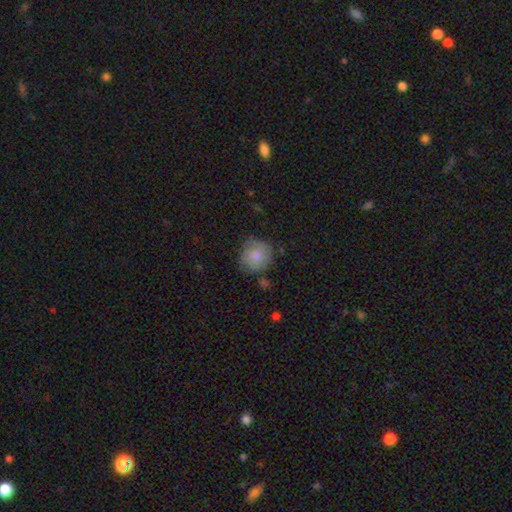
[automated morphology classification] smooth 77%, featured or disk 16%, star or artifact 7%. Down the decision tree: how rounded — round (91%); merging — none (73%).